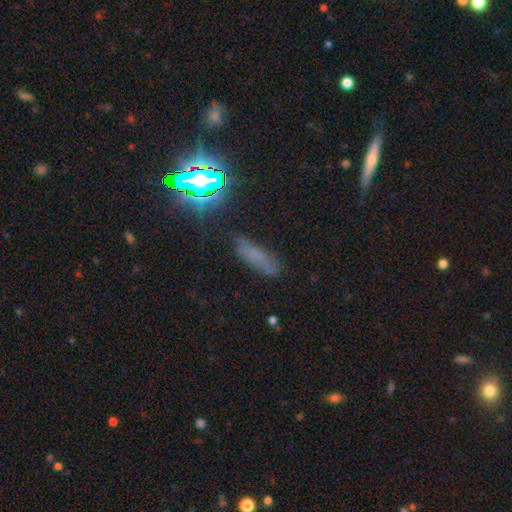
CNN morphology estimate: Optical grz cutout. It shows a smooth galaxy with no disk features (52%) that is cigar-shaped (60%). Merging: none (69%).